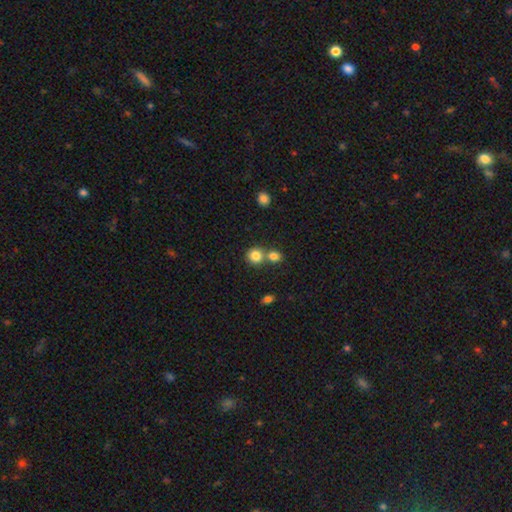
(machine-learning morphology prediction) type=smooth (82%); roundness=round (88%); merging=none (57%).